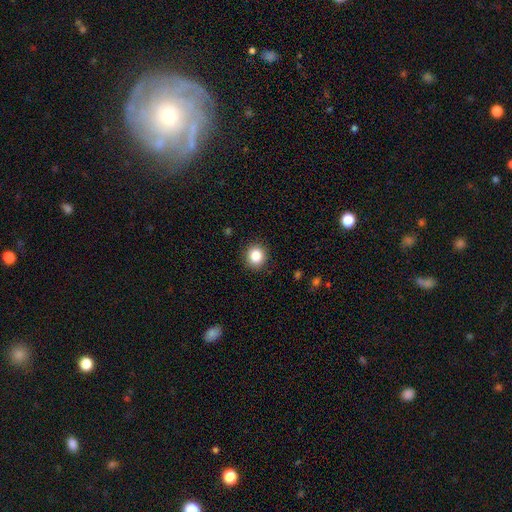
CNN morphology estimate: Smooth or featured? Predicted: smooth (p=0.85). How rounded? Predicted: round (p=0.90). Merging? Predicted: none (p=0.91).